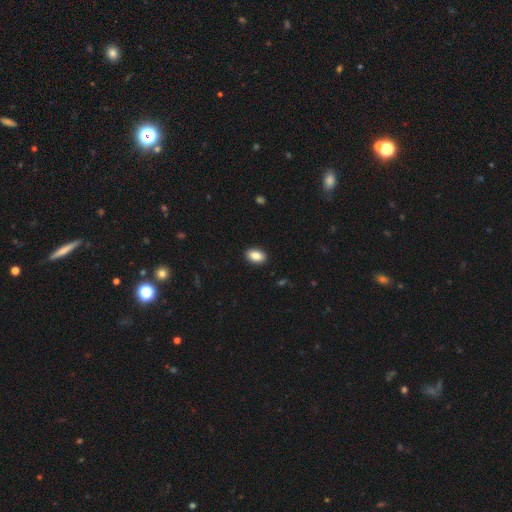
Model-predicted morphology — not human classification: Smooth or featured?
  - smooth: 87% *
  - star or artifact: 7%
  - featured or disk: 5%
How rounded?
  - in between: 88% *
  - round: 11%
  - cigar-shaped: 1%
Merging?
  - none: 91% *
  - minor disturbance: 6%
  - major disturbance: 2%
  - merger: 1%